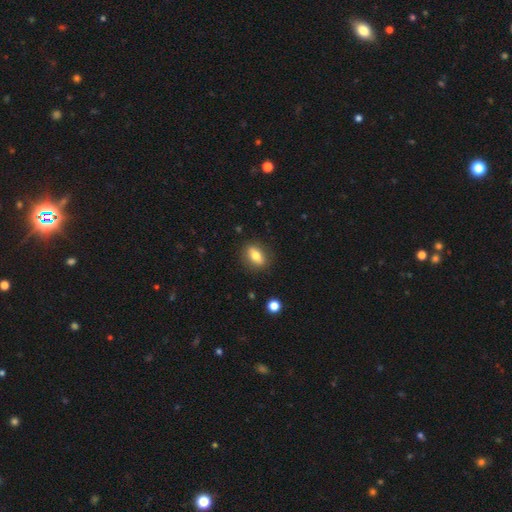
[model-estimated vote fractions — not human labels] This is likely a smooth galaxy (76%). How rounded: likely in between (75%). Merging: clearly none (86%).